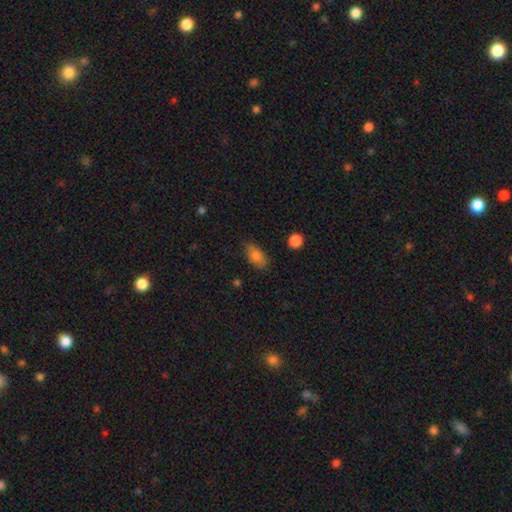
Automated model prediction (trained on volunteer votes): A smooth galaxy with no disk features (83%) that is in between round and cigar-shaped (89%).

Vote fractions:
- Smooth or featured? smooth: 83% / featured or disk: 9% / star or artifact: 8%
- How rounded? in between: 89% / cigar-shaped: 6% / round: 5%
- Merging? none: 80% / minor disturbance: 15% / major disturbance: 3% / merger: 1%